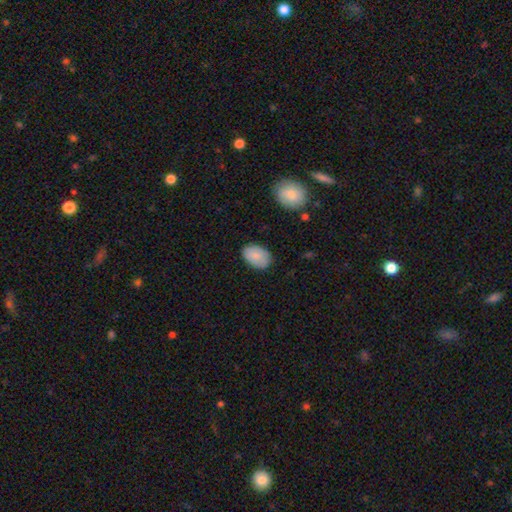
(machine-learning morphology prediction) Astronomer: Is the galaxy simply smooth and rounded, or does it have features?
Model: smooth — 85%.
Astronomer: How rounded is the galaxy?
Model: in between — 88%.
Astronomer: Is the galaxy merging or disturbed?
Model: none — 83%.